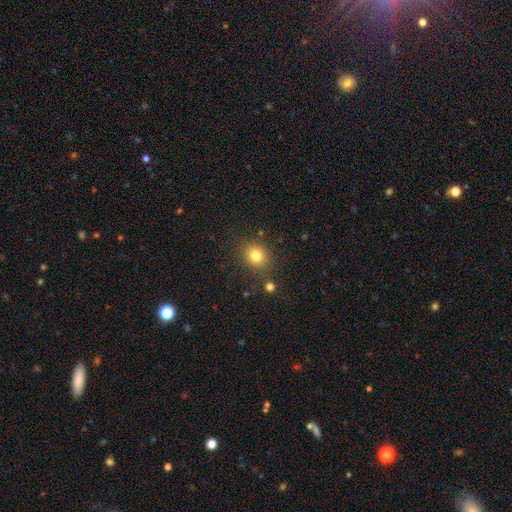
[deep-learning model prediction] Smooth or featured? Predicted: smooth (p=0.80). How rounded? Predicted: round (p=0.75). Merging? Predicted: none (p=0.81).